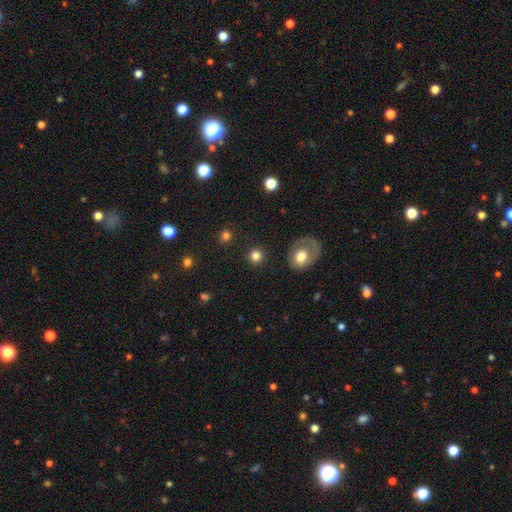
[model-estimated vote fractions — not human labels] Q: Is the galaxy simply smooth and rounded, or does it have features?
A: smooth — 82%.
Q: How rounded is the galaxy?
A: round — 91%.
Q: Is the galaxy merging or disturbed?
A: none — 88%.